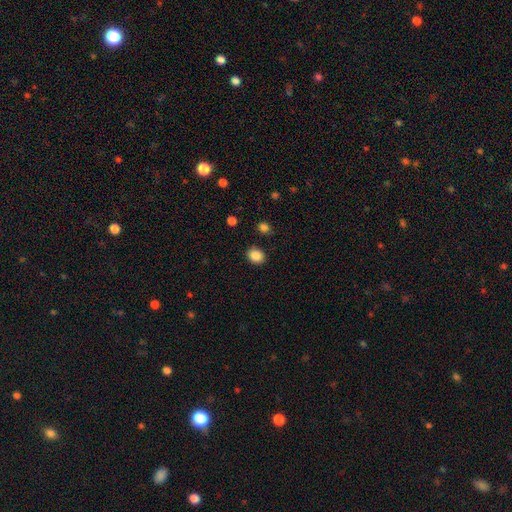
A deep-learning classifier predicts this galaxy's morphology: Q: Smooth or featured?
A: smooth (87%); runner-up: star or artifact (9%)
Q: How rounded?
A: round (56%); runner-up: in between (43%)
Q: Merging?
A: none (87%); runner-up: minor disturbance (8%)